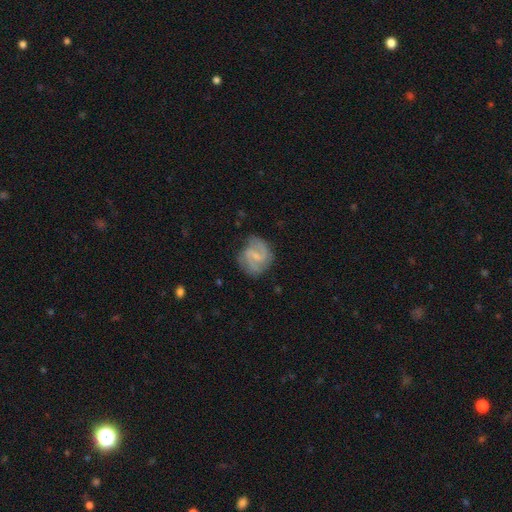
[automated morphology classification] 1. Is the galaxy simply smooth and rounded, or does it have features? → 79% featured or disk, 15% smooth, 6% star or artifact.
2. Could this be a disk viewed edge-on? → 98% no, 2% yes.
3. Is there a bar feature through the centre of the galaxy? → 56% weak, 25% strong, 19% no.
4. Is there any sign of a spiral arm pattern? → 94% yes, 6% no.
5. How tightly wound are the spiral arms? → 52% medium, 24% loose, 24% tight.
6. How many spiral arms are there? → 85% 2, 7% can't tell, 3% 3, 3% 1, 1% 4, 1% more than 4.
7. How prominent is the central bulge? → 55% small, 24% none, 19% moderate, 1% large, 1% dominant.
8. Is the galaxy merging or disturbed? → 71% none, 20% minor disturbance, 8% major disturbance, 2% merger.